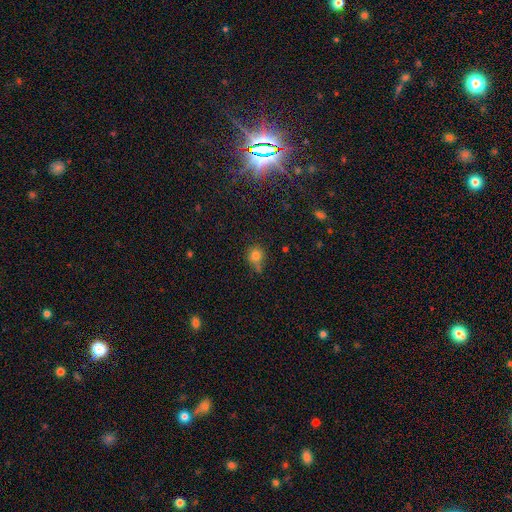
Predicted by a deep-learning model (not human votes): Smooth or featured?
  - smooth: 76% *
  - star or artifact: 15%
  - featured or disk: 8%
How rounded?
  - round: 80% *
  - in between: 18%
  - cigar-shaped: 1%
Merging?
  - none: 56% *
  - minor disturbance: 26%
  - merger: 9%
  - major disturbance: 8%